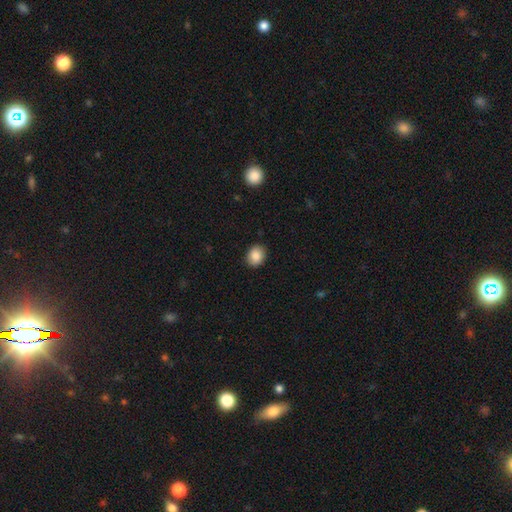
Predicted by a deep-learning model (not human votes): Smooth or featured?
  - smooth: 88% *
  - star or artifact: 8%
  - featured or disk: 4%
How rounded?
  - in between: 54% *
  - round: 45%
  - cigar-shaped: 1%
Merging?
  - none: 89% *
  - minor disturbance: 8%
  - major disturbance: 2%
  - merger: 1%